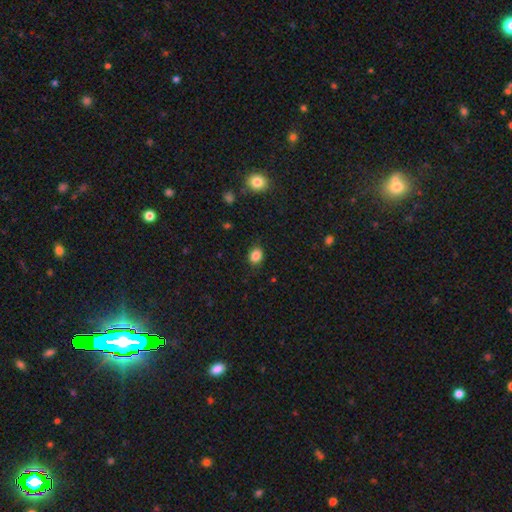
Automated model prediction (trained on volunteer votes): Q: Smooth or featured?
A: smooth (86%); runner-up: star or artifact (10%)
Q: How rounded?
A: in between (53%); runner-up: round (46%)
Q: Merging?
A: none (84%); runner-up: minor disturbance (12%)